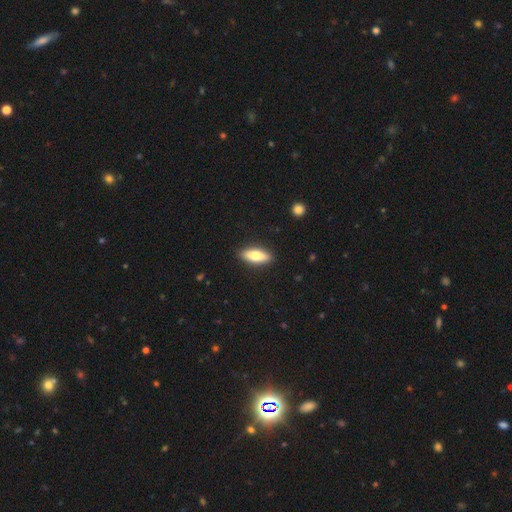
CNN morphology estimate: Smooth or featured? Predicted: smooth (p=0.72). How rounded? Predicted: in between (p=0.68). Merging? Predicted: none (p=0.89).